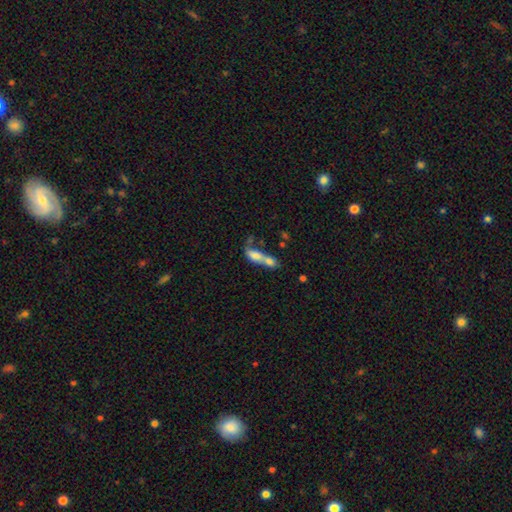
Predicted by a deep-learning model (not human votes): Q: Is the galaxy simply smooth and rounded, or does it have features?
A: smooth — 66%.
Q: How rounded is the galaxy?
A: in between — 65%.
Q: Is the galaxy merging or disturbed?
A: merger — 72%.